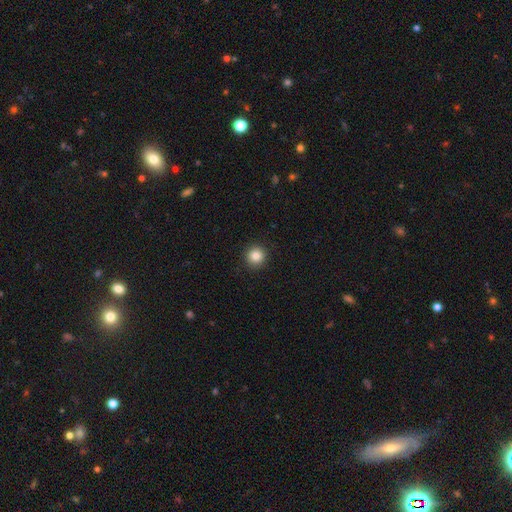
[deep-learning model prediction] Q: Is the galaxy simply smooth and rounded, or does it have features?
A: smooth — 85%.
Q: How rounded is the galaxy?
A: round — 94%.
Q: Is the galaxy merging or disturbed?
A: none — 92%.